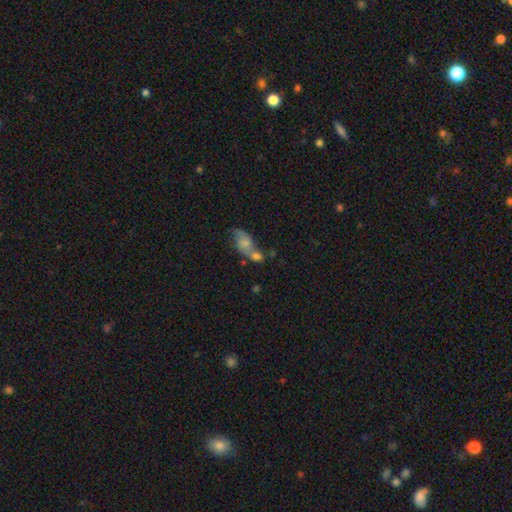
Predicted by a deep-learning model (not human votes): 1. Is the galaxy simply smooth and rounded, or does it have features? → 39% smooth, 36% featured or disk, 24% star or artifact.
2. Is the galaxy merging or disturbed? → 41% none, 35% merger, 14% minor disturbance, 10% major disturbance.